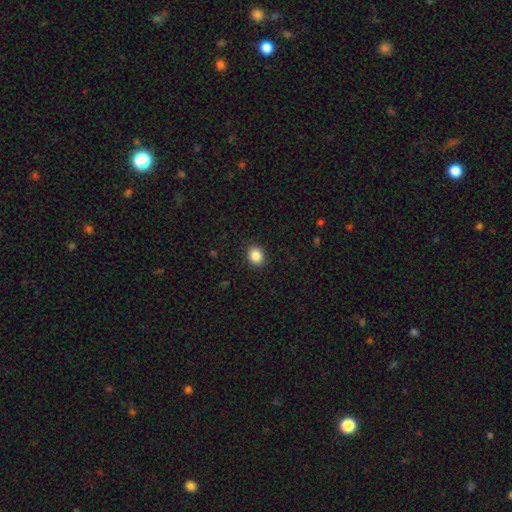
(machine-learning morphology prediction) This appears to be a smooth galaxy with no disk features (87%) that is round (68%). Merging: none (90%).